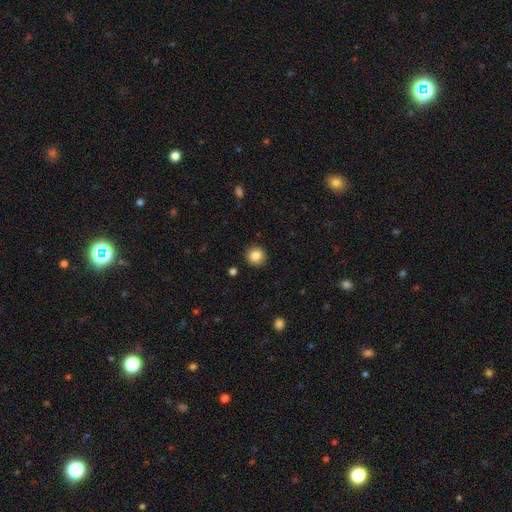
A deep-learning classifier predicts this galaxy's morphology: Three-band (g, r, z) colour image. It shows a smooth galaxy with no disk features (85%) that is round (93%). Merging: none (92%).